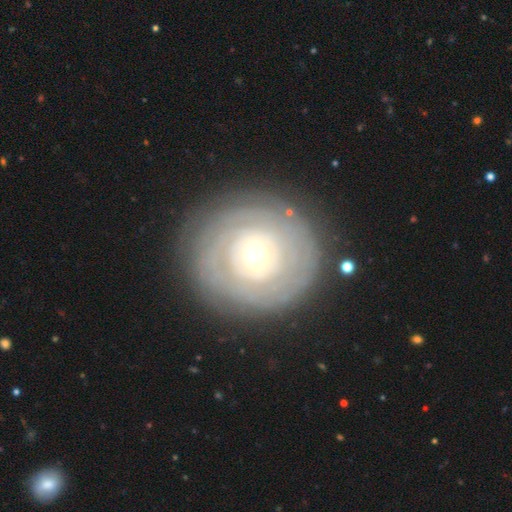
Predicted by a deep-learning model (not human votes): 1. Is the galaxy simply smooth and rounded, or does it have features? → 70% featured or disk, 24% smooth, 6% star or artifact.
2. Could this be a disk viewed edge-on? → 97% no, 3% yes.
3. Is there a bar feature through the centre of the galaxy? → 76% no, 18% weak, 6% strong.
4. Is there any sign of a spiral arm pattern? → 68% yes, 32% no.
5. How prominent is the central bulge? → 54% small, 40% moderate, 4% large, 1% dominant, 1% none.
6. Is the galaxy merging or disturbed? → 84% none, 10% minor disturbance, 4% major disturbance, 1% merger.